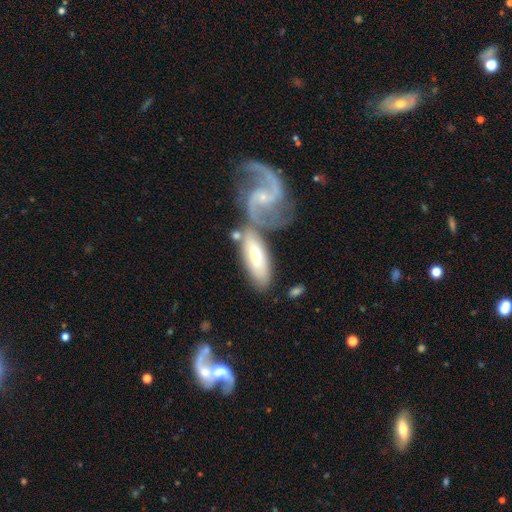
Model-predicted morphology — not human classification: The model was most divided on "smooth or featured": smooth: 48%, featured or disk: 47%, star or artifact: 5%. Remaining: merging — none (41%).